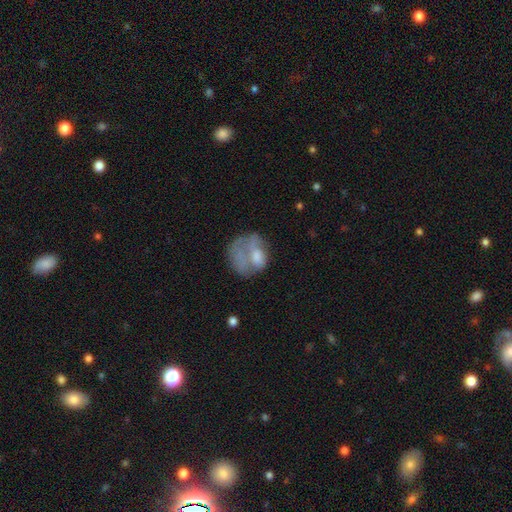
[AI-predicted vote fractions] Smooth or featured?
  - smooth: 51% *
  - featured or disk: 38%
  - star or artifact: 11%
How rounded?
  - round: 53% *
  - in between: 45%
  - cigar-shaped: 2%
Merging?
  - major disturbance: 37% *
  - none: 31%
  - minor disturbance: 21%
  - merger: 11%